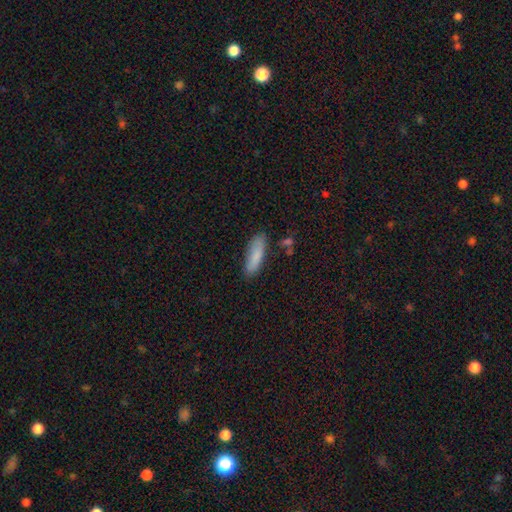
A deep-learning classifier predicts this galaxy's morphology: Q: Smooth or featured?
A: smooth (84%); runner-up: featured or disk (10%)
Q: How rounded?
A: cigar-shaped (52%); runner-up: in between (46%)
Q: Merging?
A: none (79%); runner-up: minor disturbance (15%)